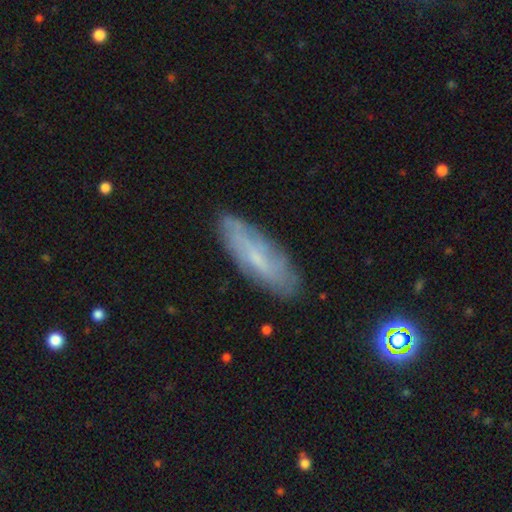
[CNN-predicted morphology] smooth_or_featured: smooth (p=0.49) [alt: featured or disk p=0.43]
merging: none (p=0.79) [alt: minor disturbance p=0.16]